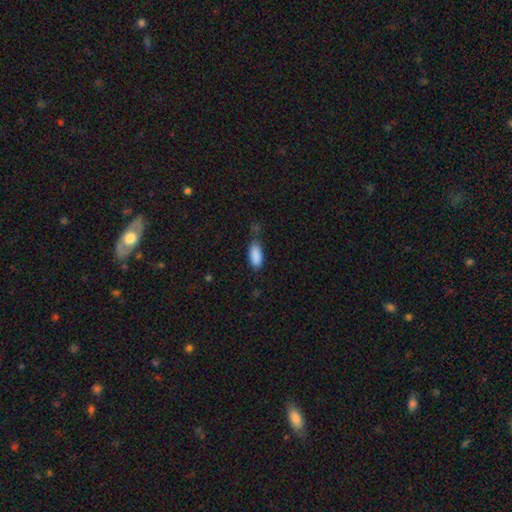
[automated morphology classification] A smooth galaxy with no disk features (88%) that is in between round and cigar-shaped (86%).

Vote fractions:
- Smooth or featured? smooth: 88% / star or artifact: 7% / featured or disk: 5%
- How rounded? in between: 86% / cigar-shaped: 11% / round: 2%
- Merging? none: 52% / minor disturbance: 33% / major disturbance: 10% / merger: 6%